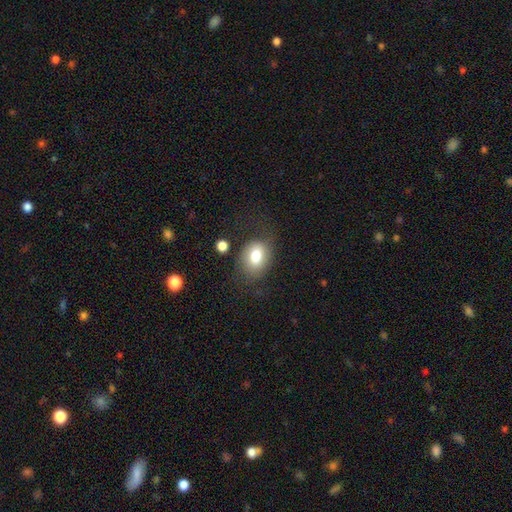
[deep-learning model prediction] smooth_or_featured: smooth (p=0.76) [alt: featured or disk p=0.15]
how_rounded: in between (p=0.61) [alt: round p=0.38]
merging: none (p=0.63) [alt: minor disturbance p=0.21]